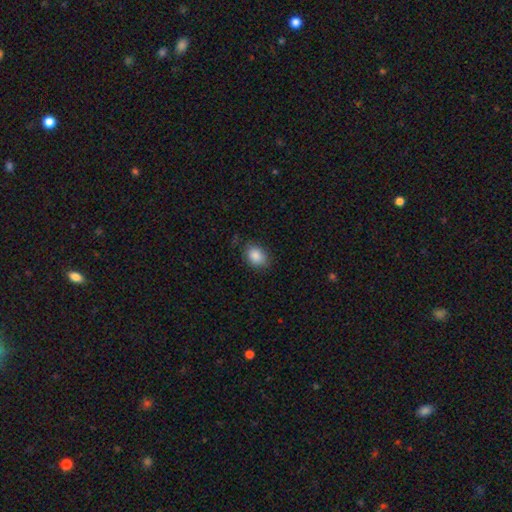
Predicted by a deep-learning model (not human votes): This appears to be a smooth galaxy with no disk features (87%) that is in between round and cigar-shaped (69%). Merging: none (79%).